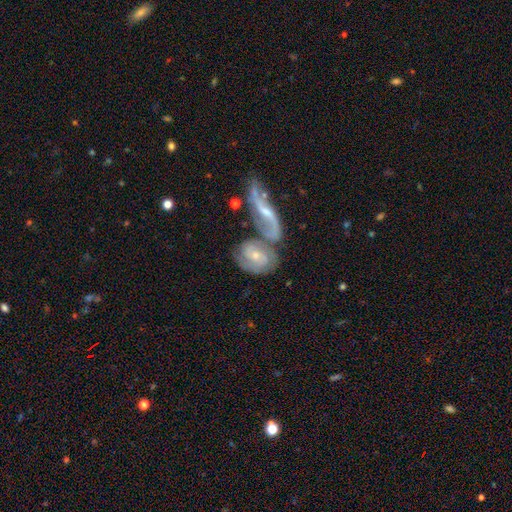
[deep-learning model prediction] A featured or disk galaxy (71%) with no bar (50%), 2 (74%) medium (44%) spiral arms (88%) and a small central bulge (59%).

Vote fractions:
- Smooth or featured? featured or disk: 71% / smooth: 23% / star or artifact: 6%
- Edge-on disk? no: 94% / yes: 6%
- Bar? no: 50% / weak: 39% / strong: 11%
- Spiral arms? yes: 88% / no: 12%
- Spiral winding? medium: 44% / loose: 31% / tight: 25%
- Spiral arm count? 2: 74% / can't tell: 14% / 1: 4% / 3: 4% / 4: 2% / more than 4: 2%
- Bulge size? small: 59% / moderate: 36% / none: 2% / large: 2% / dominant: 1%
- Merging? merger: 47% / none: 32% / minor disturbance: 13% / major disturbance: 7%